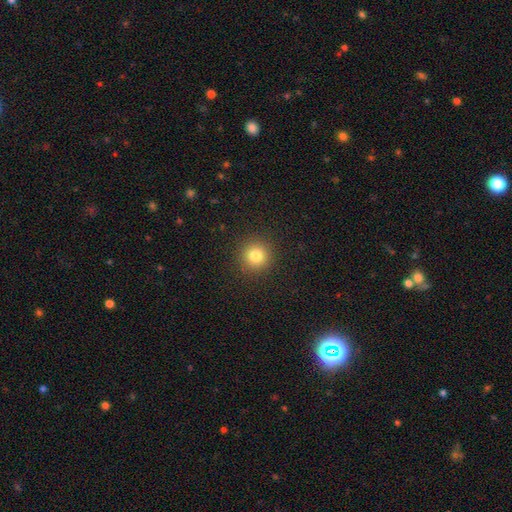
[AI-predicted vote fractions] Smooth or featured? Predicted: smooth (p=0.80). How rounded? Predicted: round (p=0.94). Merging? Predicted: none (p=0.91).